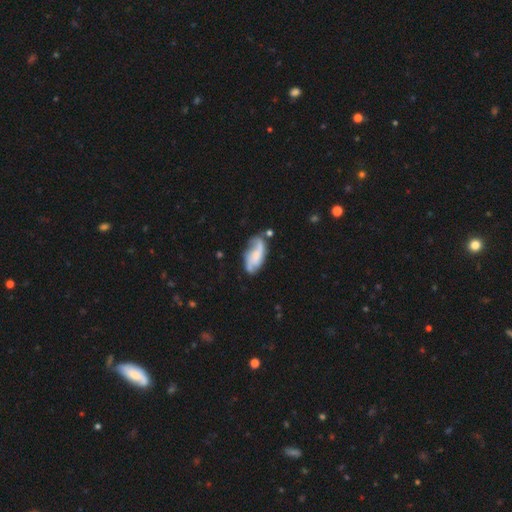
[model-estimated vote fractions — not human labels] The model was most divided on "spiral winding": loose: 49%, medium: 36%, tight: 15%. Remaining: edge-on disk — no (93%); spiral arms — yes (89%); spiral arm count — 2 (71%); smooth or featured — featured or disk (62%); bar — no (57%); merging — none (53%); bulge size — none (40%).